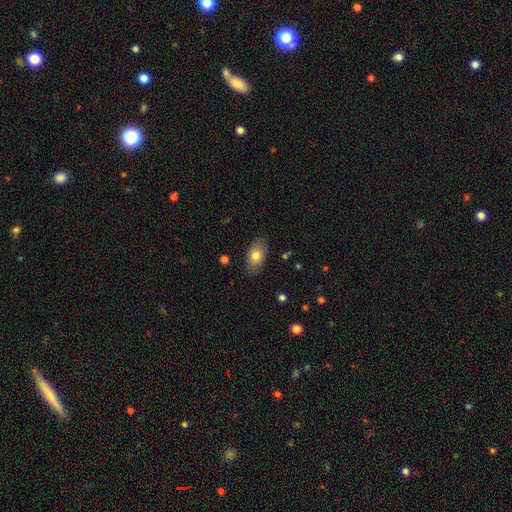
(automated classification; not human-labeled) Smooth or featured? Predicted: smooth (p=0.78). How rounded? Predicted: in between (p=0.91). Merging? Predicted: none (p=0.85).